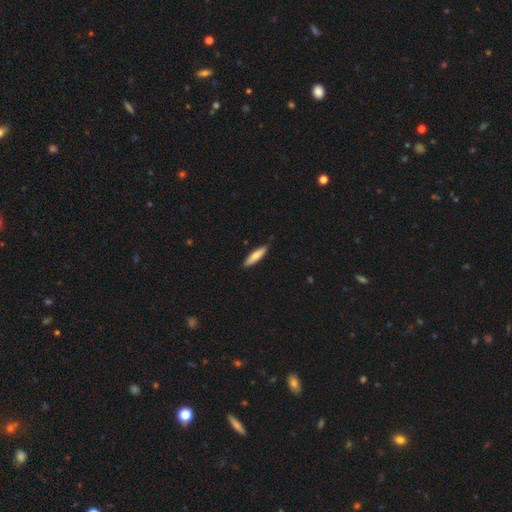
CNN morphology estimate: smooth-or-featured: smooth: 77% | featured or disk: 18% | star or artifact: 5%
  how-rounded: cigar-shaped: 76% | in between: 23% | round: 1%
  merging: none: 87% | minor disturbance: 10% | major disturbance: 2% | merger: 1%